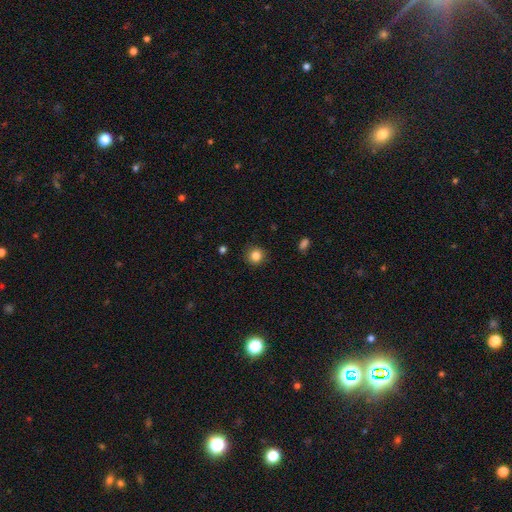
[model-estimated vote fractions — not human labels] Smooth or featured: smooth — 84% (star or artifact — 11%)
How rounded: round — 90% (in between — 9%)
Merging: none — 88% (minor disturbance — 8%)